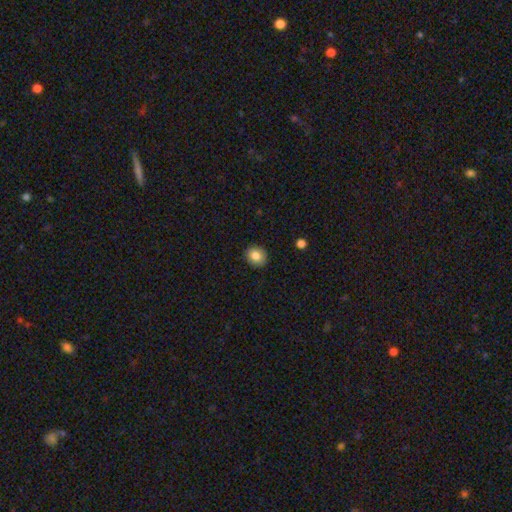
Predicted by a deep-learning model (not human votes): Smooth or featured: smooth — 83% (star or artifact — 9%)
How rounded: round — 75% (in between — 24%)
Merging: none — 89% (minor disturbance — 8%)